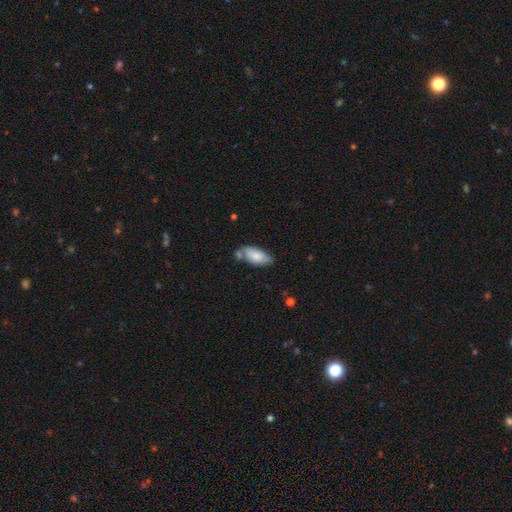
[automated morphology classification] A smooth galaxy with no disk features (75%) that is in between round and cigar-shaped (90%). Merging: none (52%).